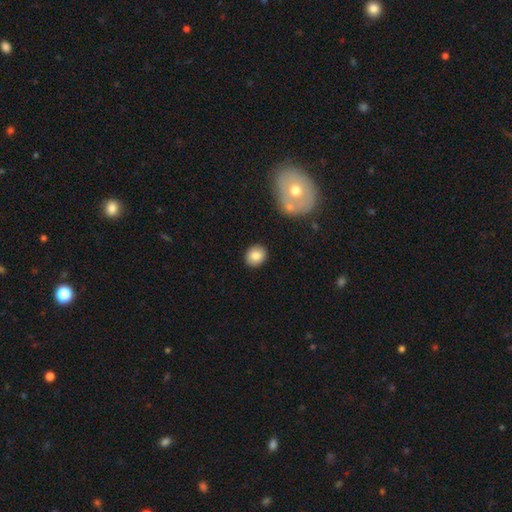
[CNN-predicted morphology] Smooth or featured? smooth (84%)
How rounded? round (69%)
Merging? none (89%)